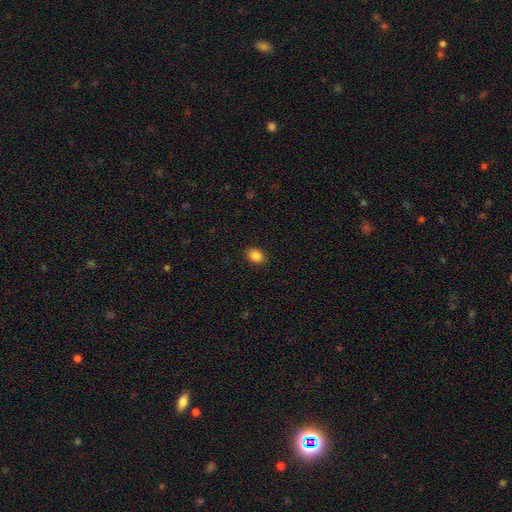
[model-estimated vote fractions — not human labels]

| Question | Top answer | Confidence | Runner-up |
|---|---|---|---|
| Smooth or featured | smooth | 86% | star or artifact (9%) |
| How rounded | in between | 63% | round (36%) |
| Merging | none | 90% | minor disturbance (7%) |